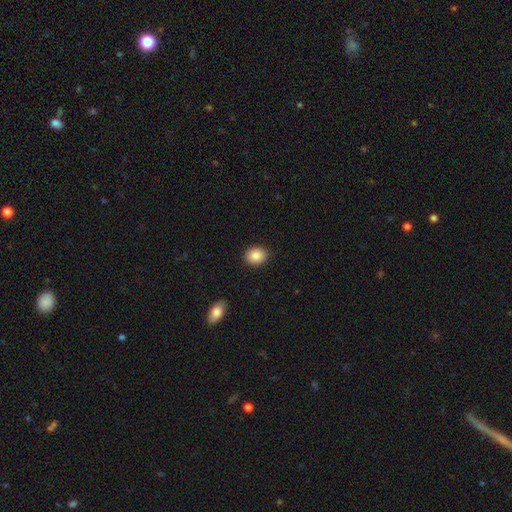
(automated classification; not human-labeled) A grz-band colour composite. It shows a smooth galaxy with no disk features (87%) that is in between round and cigar-shaped (51%). Merging: none (89%).